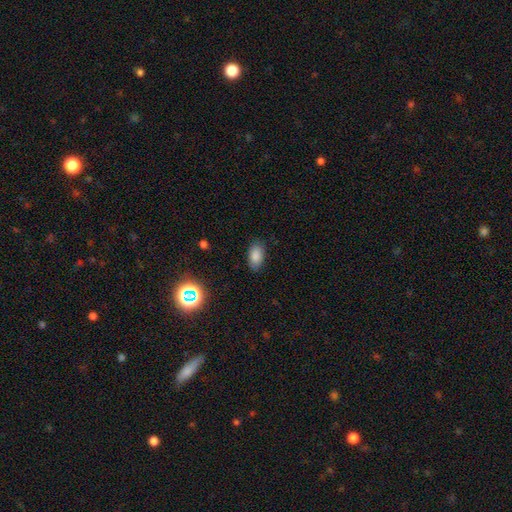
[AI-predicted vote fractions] This is clearly a smooth galaxy (84%). How rounded: clearly in between (92%). Merging: clearly none (86%).